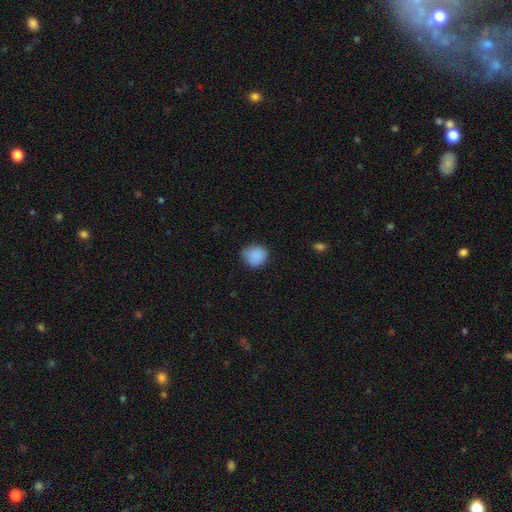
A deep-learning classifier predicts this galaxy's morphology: This is clearly a smooth galaxy (87%). How rounded: clearly round (83%). Merging: likely none (73%).